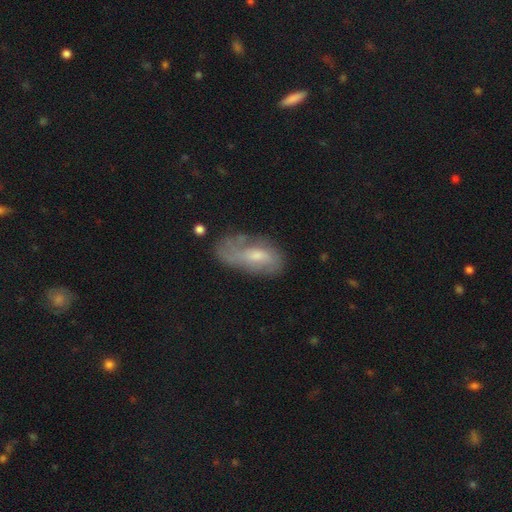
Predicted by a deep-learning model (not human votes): A featured or disk galaxy (50%). Merging: none (50%).